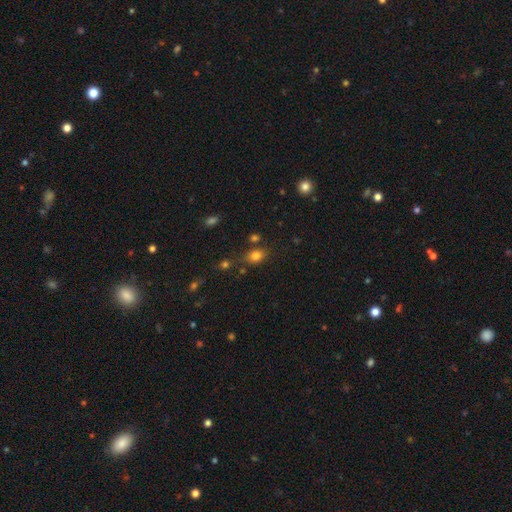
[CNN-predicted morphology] Smooth or featured?
  - smooth: 80% *
  - star or artifact: 13%
  - featured or disk: 7%
How rounded?
  - in between: 60% *
  - round: 38%
  - cigar-shaped: 2%
Merging?
  - none: 68% *
  - minor disturbance: 16%
  - merger: 10%
  - major disturbance: 6%